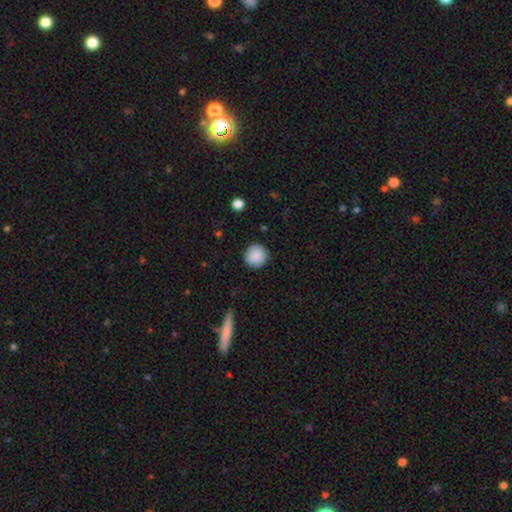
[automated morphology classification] smooth 89%, star or artifact 7%, featured or disk 4%. Down the decision tree: how rounded — round (93%); merging — none (89%).